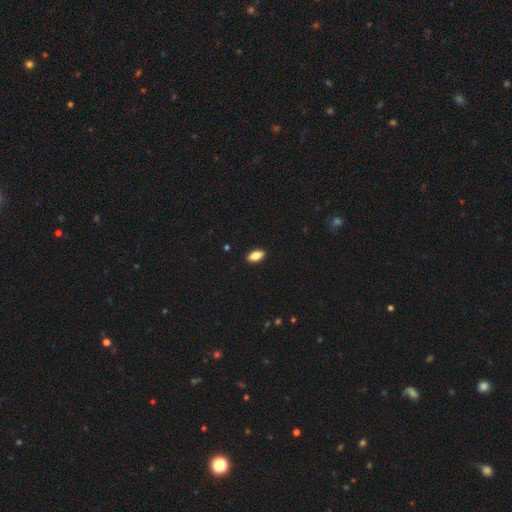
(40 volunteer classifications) Morphology: type=smooth (75%); roundness=in between (97%); merging=none (92%).